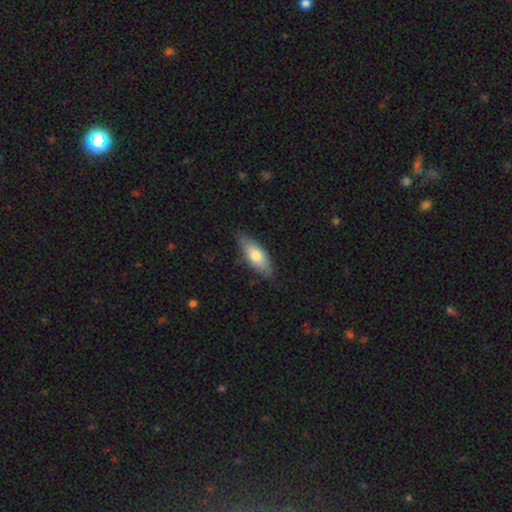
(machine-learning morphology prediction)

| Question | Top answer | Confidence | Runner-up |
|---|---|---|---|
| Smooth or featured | smooth | 70% | featured or disk (24%) |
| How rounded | in between | 75% | cigar-shaped (22%) |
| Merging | none | 79% | minor disturbance (18%) |